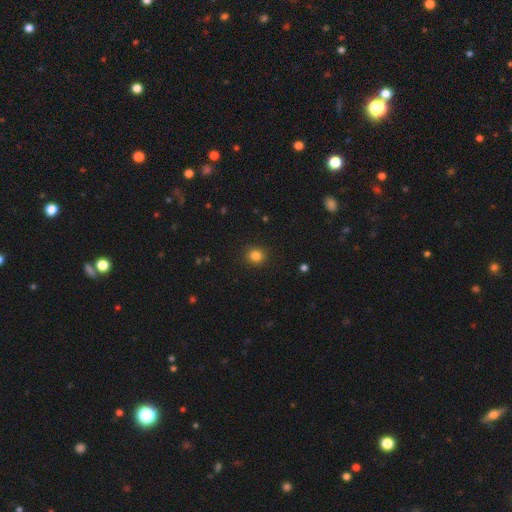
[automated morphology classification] smooth 83%, star or artifact 12%, featured or disk 4%. Down the decision tree: how rounded — round (85%); merging — none (91%).